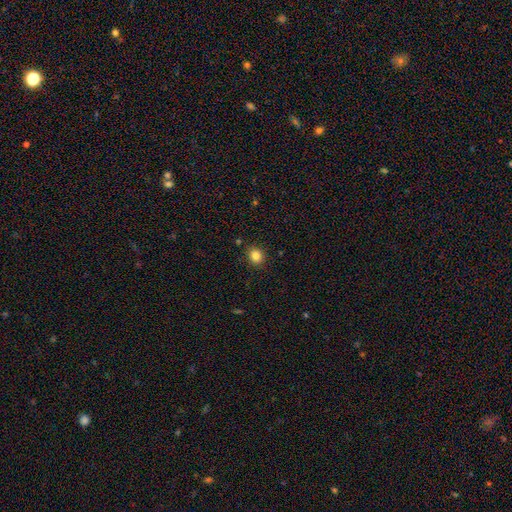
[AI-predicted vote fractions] Morphology: type=smooth (83%); roundness=round (72%); merging=none (89%).